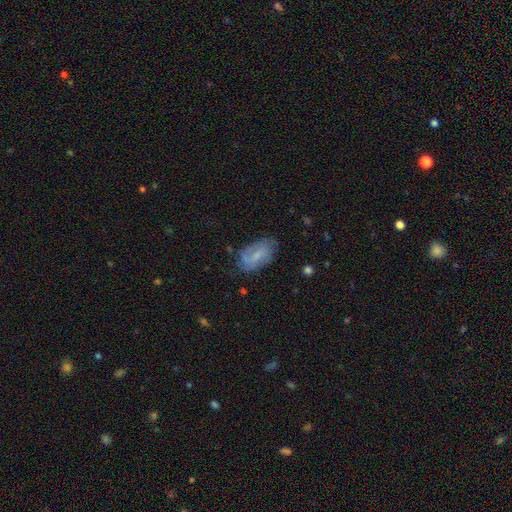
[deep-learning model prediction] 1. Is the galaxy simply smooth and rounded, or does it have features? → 49% smooth, 43% featured or disk, 8% star or artifact.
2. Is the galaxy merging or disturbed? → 63% none, 26% minor disturbance, 9% major disturbance, 2% merger.